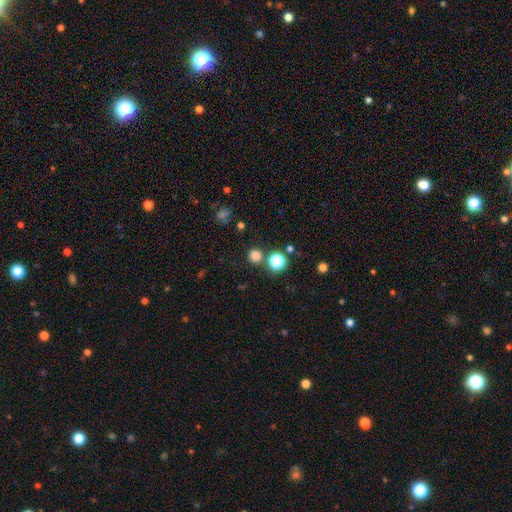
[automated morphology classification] Overall: smooth (76%). How rounded: round (92%). Merging: none (82%).